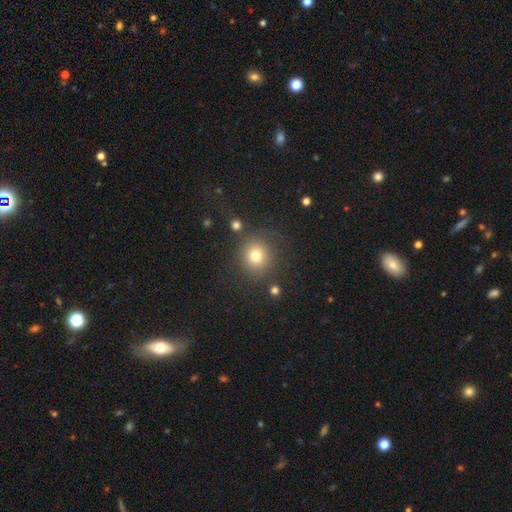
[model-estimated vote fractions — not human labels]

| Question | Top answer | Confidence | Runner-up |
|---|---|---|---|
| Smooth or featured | smooth | 76% | star or artifact (15%) |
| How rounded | round | 89% | in between (10%) |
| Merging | none | 80% | minor disturbance (10%) |